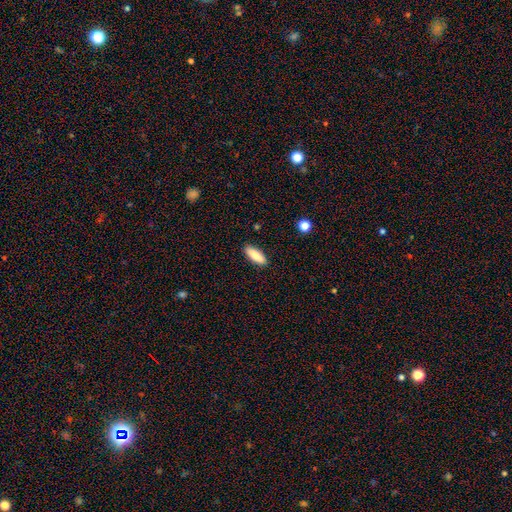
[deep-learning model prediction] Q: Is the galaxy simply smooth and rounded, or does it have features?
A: smooth — 83%.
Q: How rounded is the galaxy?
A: in between — 60%.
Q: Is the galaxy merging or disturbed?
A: none — 89%.